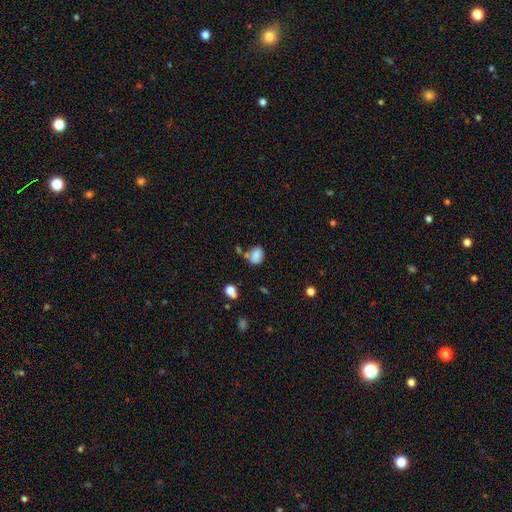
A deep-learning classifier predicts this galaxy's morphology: A smooth galaxy with no disk features (79%) that is in between round and cigar-shaped (56%).

Vote fractions:
- Smooth or featured? smooth: 79% / featured or disk: 11% / star or artifact: 11%
- How rounded? in between: 56% / round: 42% / cigar-shaped: 1%
- Merging? none: 51% / minor disturbance: 23% / merger: 19% / major disturbance: 8%